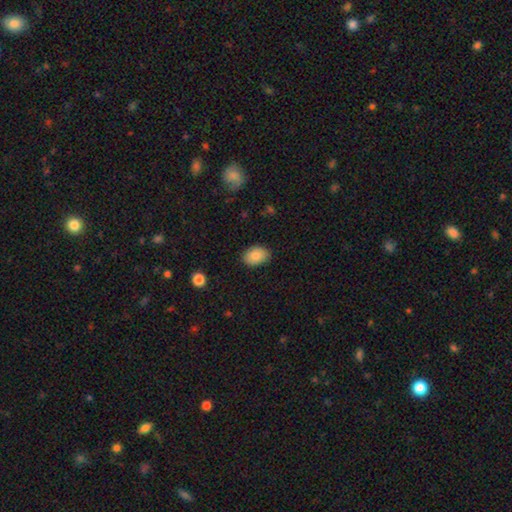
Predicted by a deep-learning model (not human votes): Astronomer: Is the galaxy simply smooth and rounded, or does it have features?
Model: smooth — 86%.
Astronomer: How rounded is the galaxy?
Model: in between — 83%.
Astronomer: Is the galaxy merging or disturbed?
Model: none — 85%.